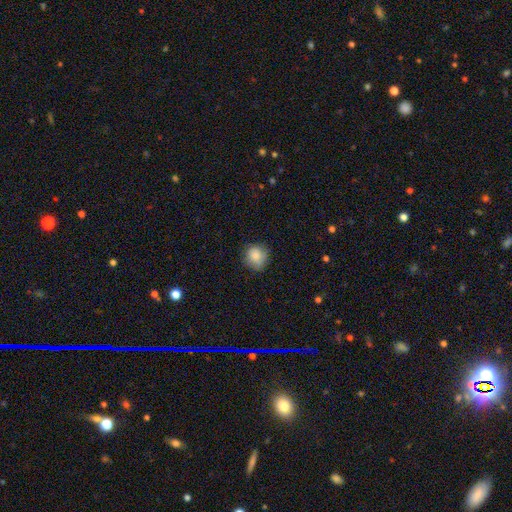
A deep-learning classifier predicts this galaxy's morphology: smooth-or-featured: smooth: 84% | star or artifact: 8% | featured or disk: 7%
  how-rounded: round: 84% | in between: 15% | cigar-shaped: 1%
  merging: none: 73% | minor disturbance: 21% | major disturbance: 5% | merger: 1%